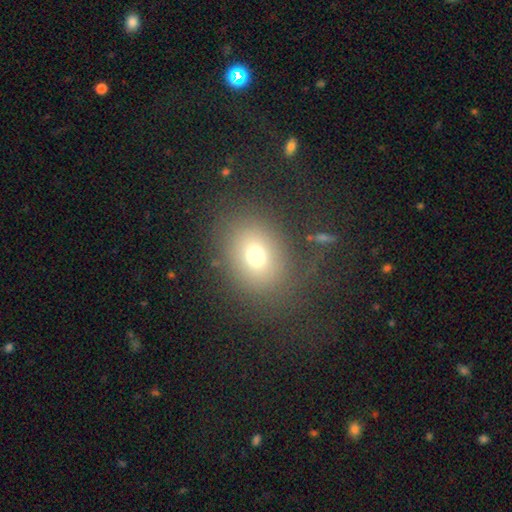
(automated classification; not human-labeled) A smooth galaxy with no disk features (71%) that is round (53%).

Vote fractions:
- Smooth or featured? smooth: 71% / star or artifact: 16% / featured or disk: 13%
- How rounded? round: 53% / in between: 46% / cigar-shaped: 1%
- Merging? none: 75% / minor disturbance: 12% / major disturbance: 10% / merger: 3%